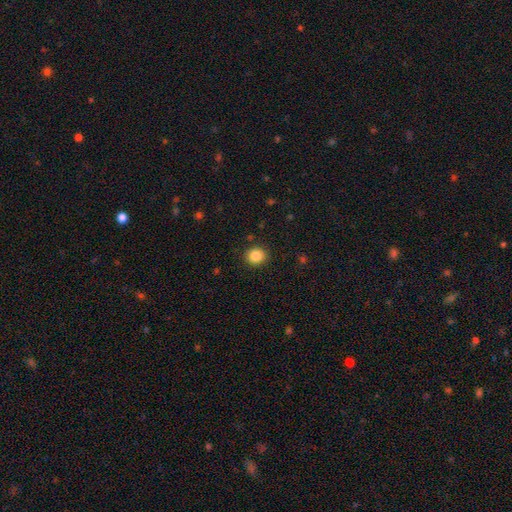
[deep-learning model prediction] Smooth or featured?
  - smooth: 86% *
  - star or artifact: 10%
  - featured or disk: 5%
How rounded?
  - round: 80% *
  - in between: 19%
  - cigar-shaped: 1%
Merging?
  - none: 90% *
  - minor disturbance: 7%
  - major disturbance: 2%
  - merger: 1%